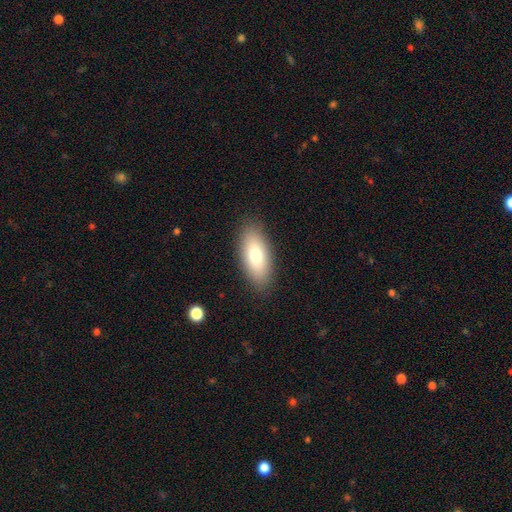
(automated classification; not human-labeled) This is likely a smooth galaxy (78%). How rounded: clearly in between (87%). Merging: clearly none (88%).